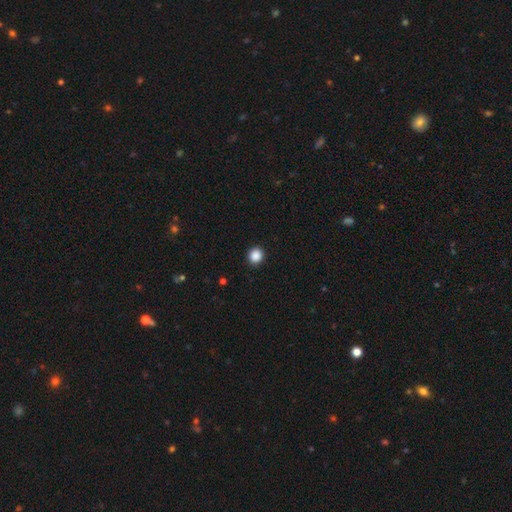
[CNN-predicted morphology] Smooth or featured: smooth — 88% (star or artifact — 10%)
How rounded: round — 87% (in between — 12%)
Merging: none — 92% (minor disturbance — 5%)